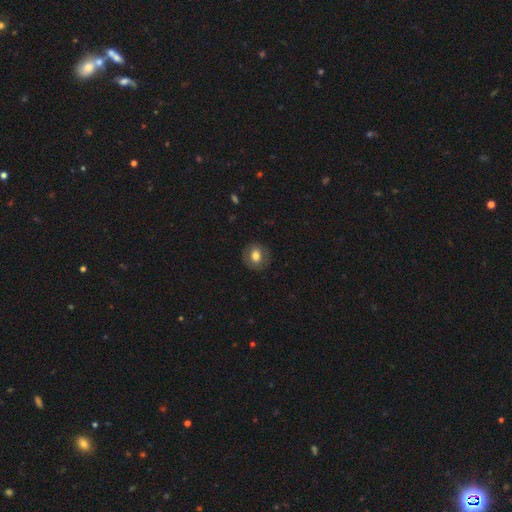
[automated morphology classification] smooth-or-featured: smooth: 73% | featured or disk: 19% | star or artifact: 9%
  how-rounded: round: 76% | in between: 23% | cigar-shaped: 1%
  merging: none: 87% | minor disturbance: 9% | major disturbance: 3% | merger: 1%